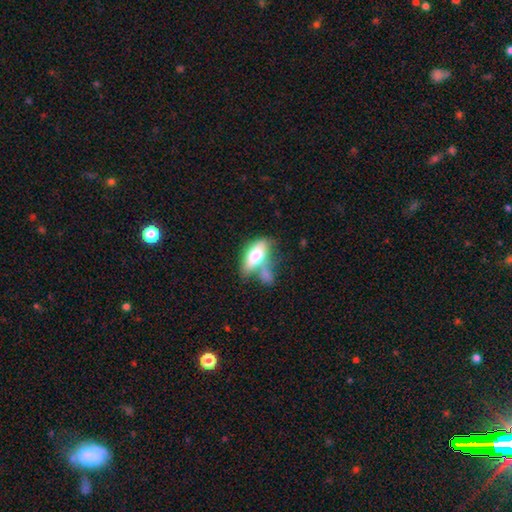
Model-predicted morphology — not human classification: The model was most divided on "merging": none: 34%, merger: 33%, minor disturbance: 19%, major disturbance: 14%. More confident: how rounded — in between (81%); smooth or featured — smooth (65%).